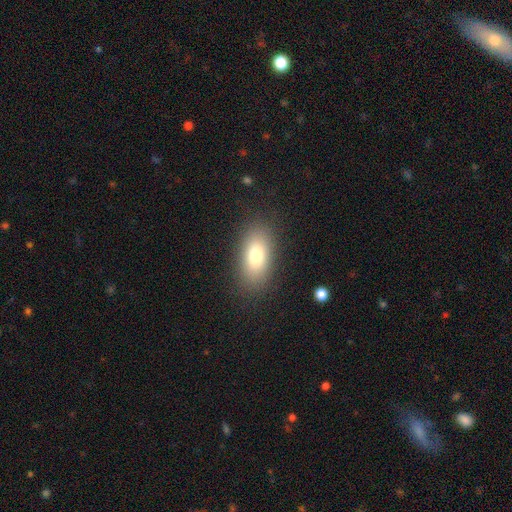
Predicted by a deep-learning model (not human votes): Q: Smooth or featured?
A: smooth (77%); runner-up: featured or disk (13%)
Q: How rounded?
A: in between (89%); runner-up: round (6%)
Q: Merging?
A: none (86%); runner-up: minor disturbance (9%)